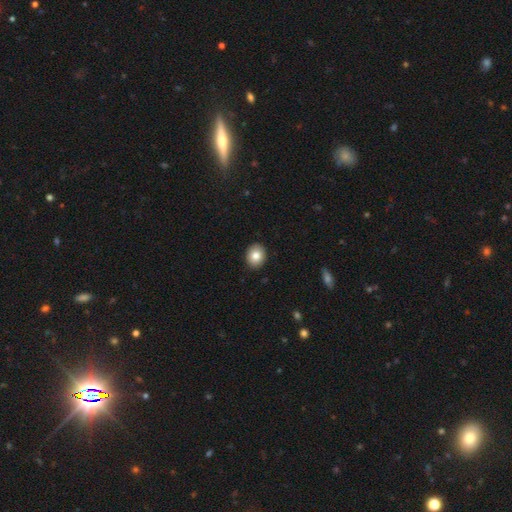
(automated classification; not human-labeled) Smooth or featured: smooth — 83% (featured or disk — 9%)
How rounded: round — 56% (in between — 44%)
Merging: none — 91% (minor disturbance — 7%)